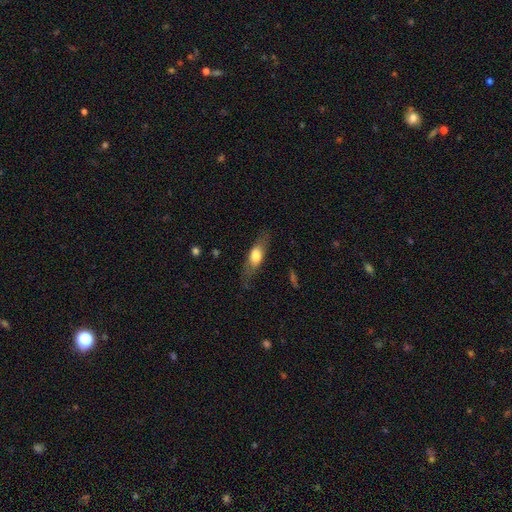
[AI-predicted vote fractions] Morphology: type=smooth (59%); roundness=in between (59%); merging=none (73%).